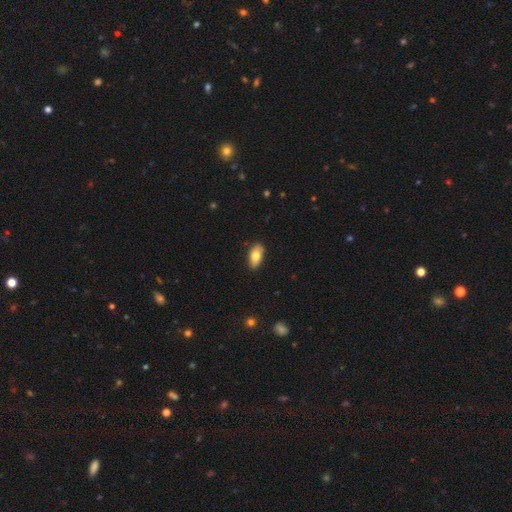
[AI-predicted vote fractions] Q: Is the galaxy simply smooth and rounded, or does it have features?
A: smooth — 78%.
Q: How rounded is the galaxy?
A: in between — 91%.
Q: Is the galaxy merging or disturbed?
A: none — 85%.